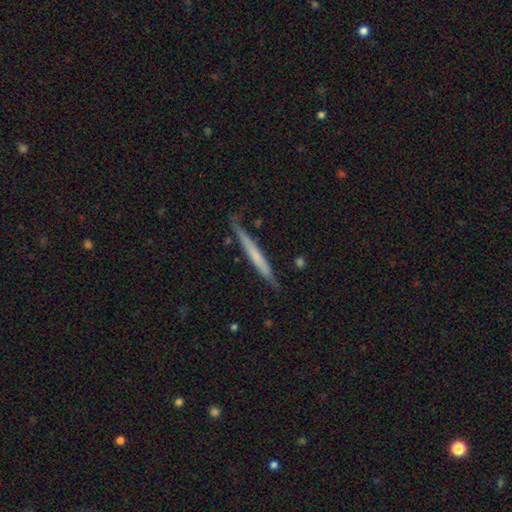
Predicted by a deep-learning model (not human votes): Overall: smooth (49%; featured or disk 45%). Merging: none (80%).